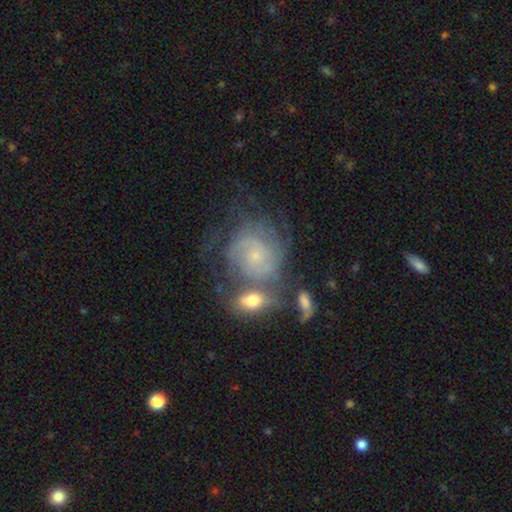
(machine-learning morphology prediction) A featured or disk galaxy (76%) with no bar (74%), tight (62%) spiral arms (90%) and a small central bulge (79%).

Vote fractions:
- Smooth or featured? featured or disk: 76% / smooth: 16% / star or artifact: 8%
- Edge-on disk? no: 97% / yes: 3%
- Bar? no: 74% / weak: 22% / strong: 4%
- Spiral arms? yes: 90% / no: 10%
- Spiral winding? tight: 62% / medium: 28% / loose: 10%
- Spiral arm count? can't tell: 45% / 2: 20% / 3: 16% / 4: 9% / 1: 6% / more than 4: 6%
- Bulge size? small: 79% / moderate: 14% / none: 4% / large: 1% / dominant: 1%
- Merging? none: 43% / merger: 24% / minor disturbance: 18% / major disturbance: 15%